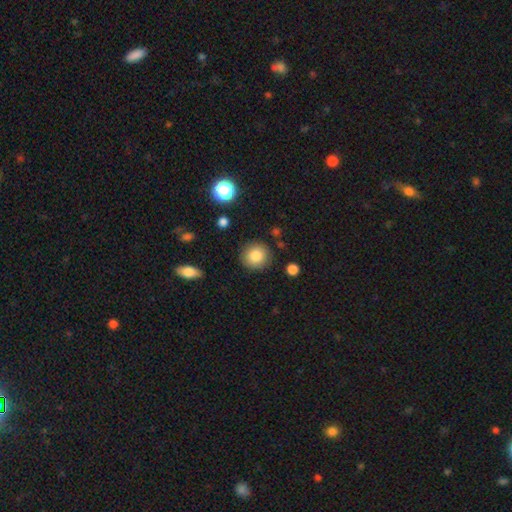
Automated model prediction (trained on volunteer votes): smooth-or-featured: smooth: 83% | star or artifact: 9% | featured or disk: 7%
  how-rounded: round: 91% | in between: 8% | cigar-shaped: 1%
  merging: none: 88% | minor disturbance: 8% | major disturbance: 2% | merger: 2%